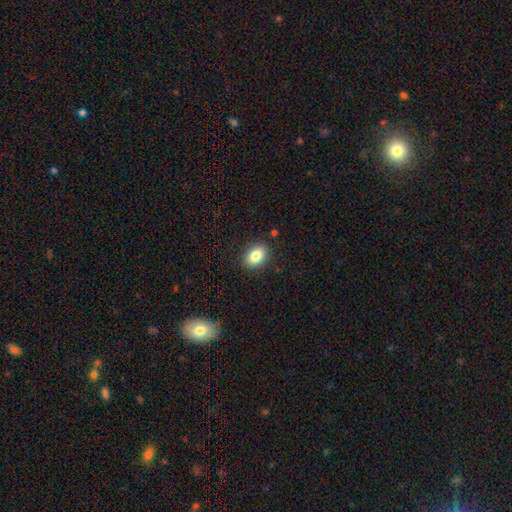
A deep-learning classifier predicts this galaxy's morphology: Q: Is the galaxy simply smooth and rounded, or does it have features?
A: smooth — 84%.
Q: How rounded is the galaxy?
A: in between — 75%.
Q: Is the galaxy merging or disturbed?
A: none — 88%.